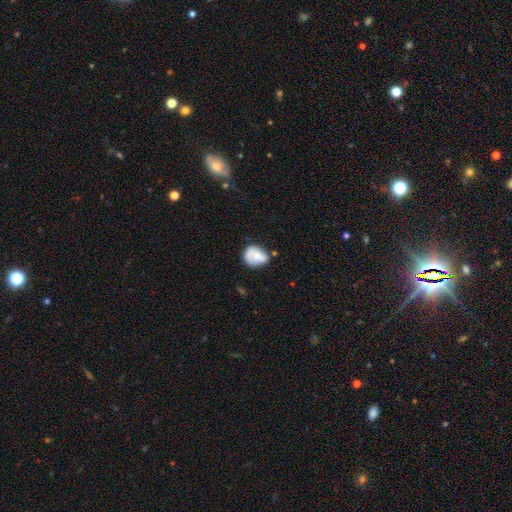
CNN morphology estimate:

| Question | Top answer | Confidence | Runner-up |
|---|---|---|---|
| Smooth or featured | smooth | 64% | featured or disk (29%) |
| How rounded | round | 53% | in between (46%) |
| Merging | none | 46% | minor disturbance (30%) |